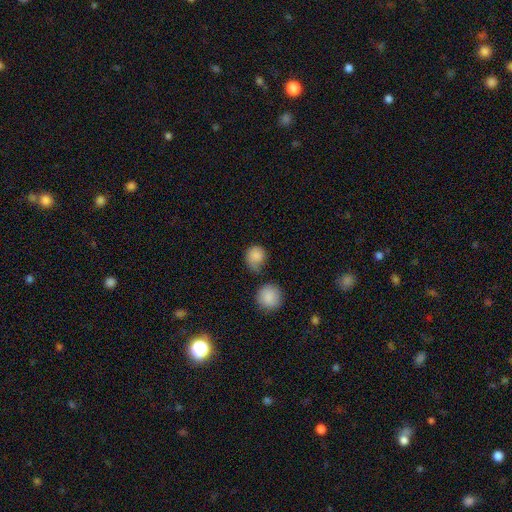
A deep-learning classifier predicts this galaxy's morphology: smooth-or-featured: smooth: 85% | star or artifact: 9% | featured or disk: 7%
  how-rounded: round: 79% | in between: 20% | cigar-shaped: 1%
  merging: none: 47% | minor disturbance: 25% | merger: 16% | major disturbance: 12%